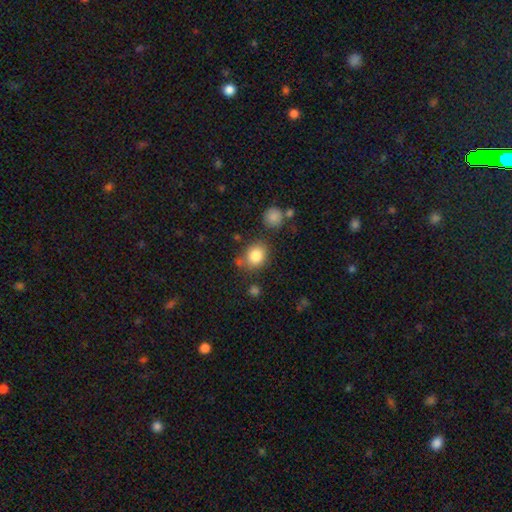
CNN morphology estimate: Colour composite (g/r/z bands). It shows a smooth galaxy with no disk features (83%) that is round (57%). Merging: none (71%).